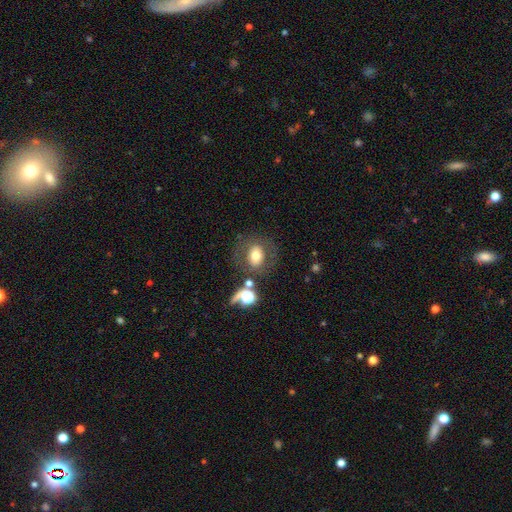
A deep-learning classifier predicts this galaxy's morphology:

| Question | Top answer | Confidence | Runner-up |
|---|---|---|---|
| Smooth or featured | smooth | 56% | featured or disk (31%) |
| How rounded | round | 55% | in between (44%) |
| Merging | none | 69% | minor disturbance (13%) |